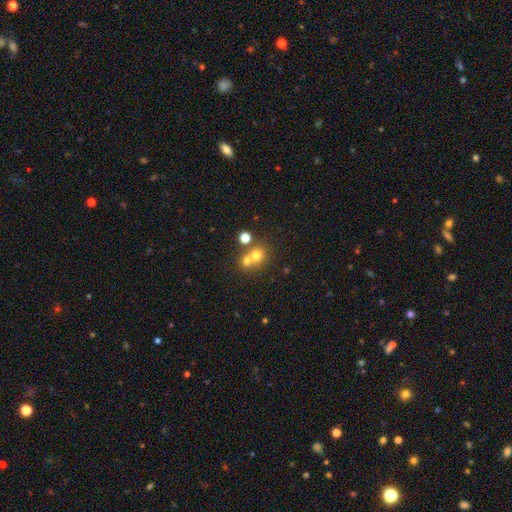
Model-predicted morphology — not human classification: This appears to be a smooth galaxy with no disk features (69%) that is round (81%). Merging: merger (49%).